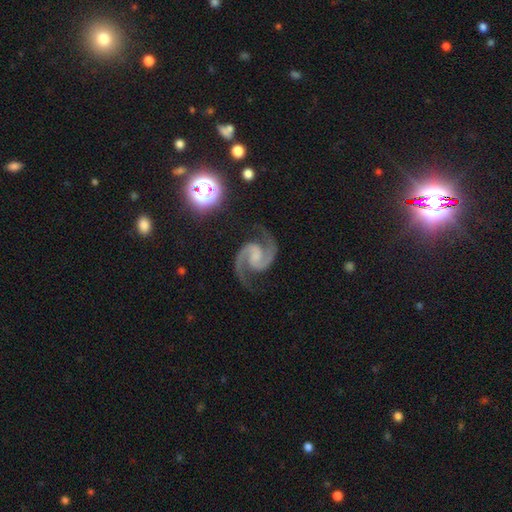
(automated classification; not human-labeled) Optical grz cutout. It shows a featured or disk galaxy (93%) with no bar (43%), 2 (95%) medium (67%) spiral arms (99%) and no central bulge (48%). Merging: none (81%).